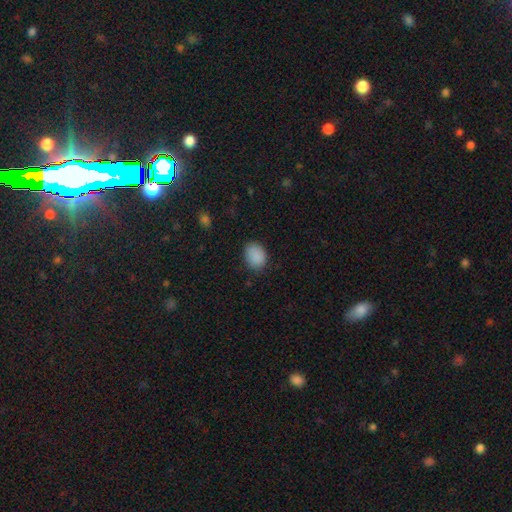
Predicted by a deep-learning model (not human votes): Overall: smooth (89%). How rounded: in between (66%; round 33%). Merging: none (80%).